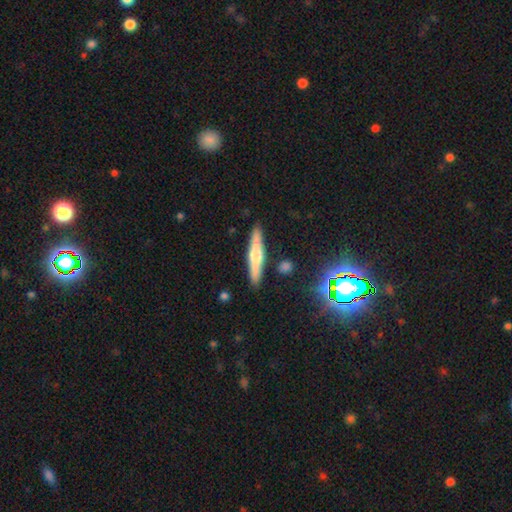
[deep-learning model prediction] smooth_or_featured: featured or disk (p=0.51) [alt: smooth p=0.42]
disk_edge_on: yes (p=0.94) [alt: no p=0.06]
merging: none (p=0.88) [alt: minor disturbance p=0.08]